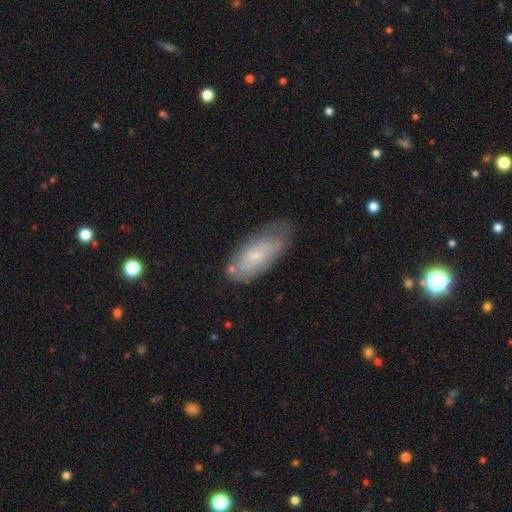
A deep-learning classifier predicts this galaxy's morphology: The model was most divided on "merging": none: 55%, minor disturbance: 32%, major disturbance: 10%, merger: 4%. More confident: how rounded — in between (83%); smooth or featured — smooth (58%).